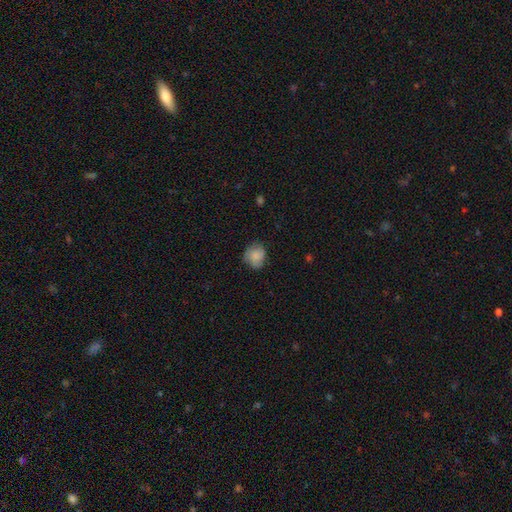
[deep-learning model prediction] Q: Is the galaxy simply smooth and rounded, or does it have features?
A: smooth — 75%.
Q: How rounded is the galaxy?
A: round — 74%.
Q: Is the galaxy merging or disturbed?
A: none — 68%.